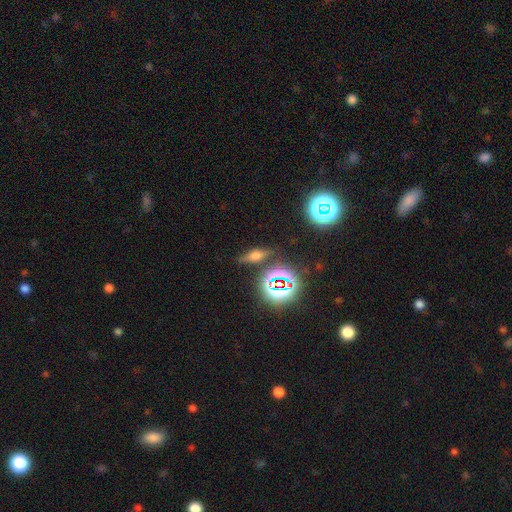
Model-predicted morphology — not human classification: smooth_or_featured: featured or disk (p=0.37) [alt: smooth p=0.35]
merging: none (p=0.78) [alt: minor disturbance p=0.13]